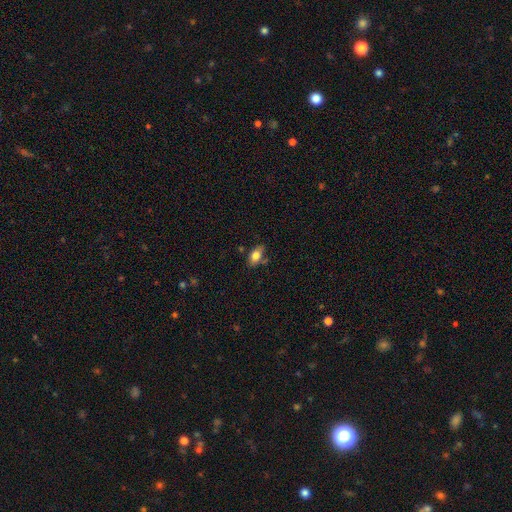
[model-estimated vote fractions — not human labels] A smooth galaxy with no disk features (78%) that is in between round and cigar-shaped (88%).

Vote fractions:
- Smooth or featured? smooth: 78% / featured or disk: 14% / star or artifact: 8%
- How rounded? in between: 88% / round: 8% / cigar-shaped: 5%
- Merging? none: 71% / minor disturbance: 19% / merger: 6% / major disturbance: 4%